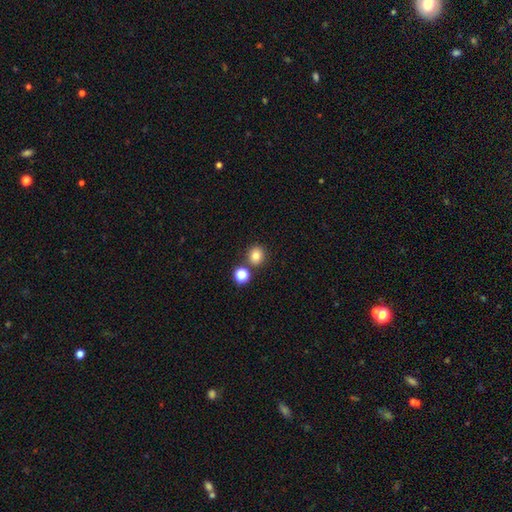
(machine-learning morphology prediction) Smooth or featured?
  - smooth: 81% *
  - star or artifact: 14%
  - featured or disk: 6%
How rounded?
  - round: 84% *
  - in between: 15%
  - cigar-shaped: 1%
Merging?
  - none: 78% *
  - merger: 12%
  - minor disturbance: 7%
  - major disturbance: 2%